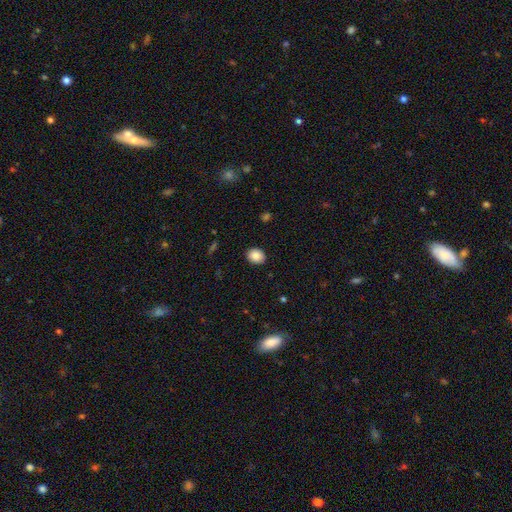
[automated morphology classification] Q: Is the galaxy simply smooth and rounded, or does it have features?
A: smooth — 87%.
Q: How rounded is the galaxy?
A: in between — 52%.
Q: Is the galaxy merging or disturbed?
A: none — 90%.